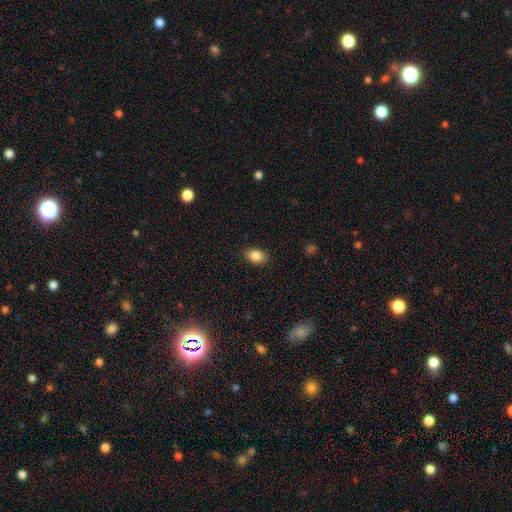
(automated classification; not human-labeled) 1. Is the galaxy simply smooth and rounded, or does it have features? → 86% smooth, 8% star or artifact, 5% featured or disk.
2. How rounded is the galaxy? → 83% in between, 16% round, 1% cigar-shaped.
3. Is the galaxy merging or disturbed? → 86% none, 10% minor disturbance, 2% major disturbance, 1% merger.